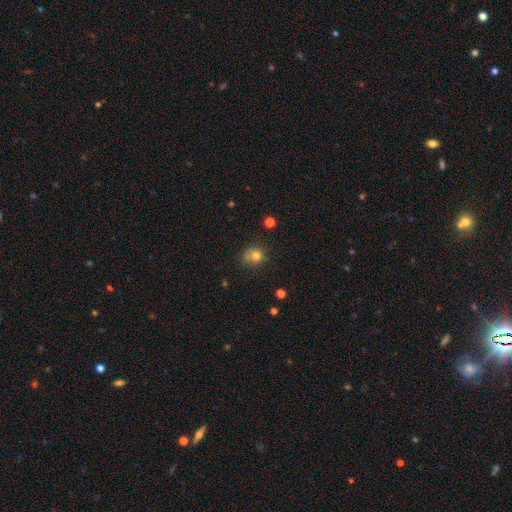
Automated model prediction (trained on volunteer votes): Smooth or featured? Predicted: smooth (p=0.73). How rounded? Predicted: round (p=0.75). Merging? Predicted: none (p=0.54).